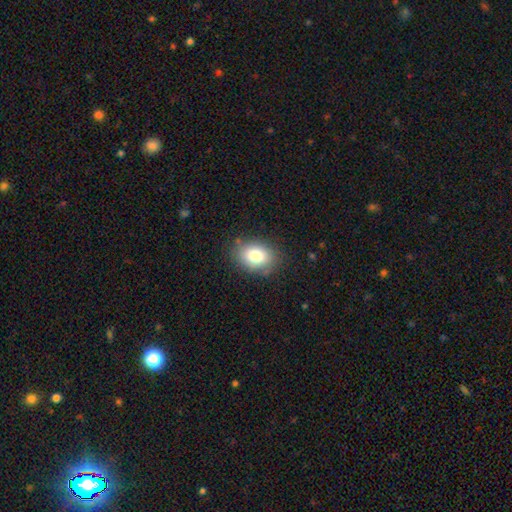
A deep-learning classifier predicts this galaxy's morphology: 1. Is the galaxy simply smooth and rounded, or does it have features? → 80% smooth, 10% featured or disk, 10% star or artifact.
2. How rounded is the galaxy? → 71% in between, 28% round, 1% cigar-shaped.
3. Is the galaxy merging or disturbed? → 81% none, 13% minor disturbance, 4% major disturbance, 2% merger.